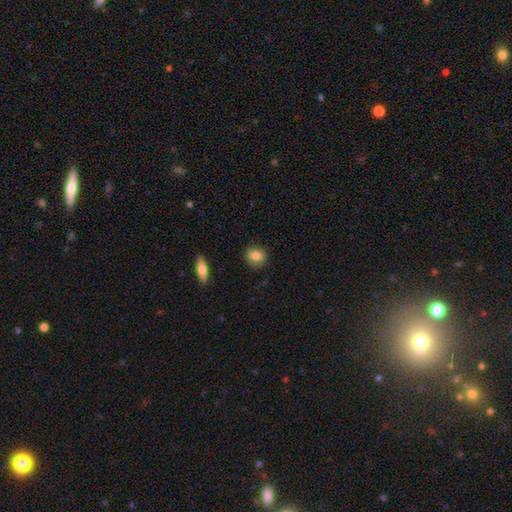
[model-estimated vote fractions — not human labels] Smooth or featured?
  - smooth: 81% *
  - featured or disk: 11%
  - star or artifact: 8%
How rounded?
  - round: 69% *
  - in between: 29%
  - cigar-shaped: 2%
Merging?
  - none: 85% *
  - minor disturbance: 11%
  - major disturbance: 2%
  - merger: 1%